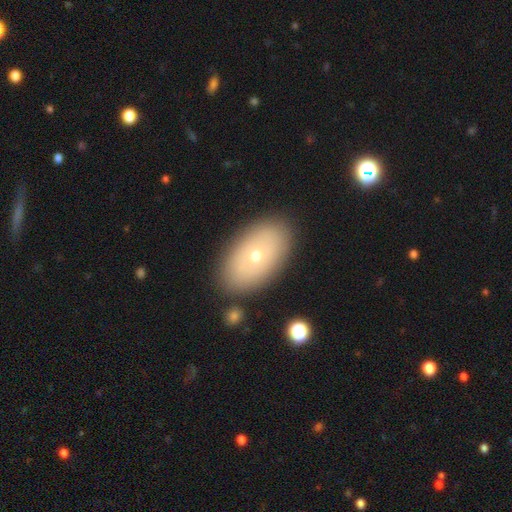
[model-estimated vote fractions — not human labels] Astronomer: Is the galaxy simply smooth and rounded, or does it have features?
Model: smooth — 59%.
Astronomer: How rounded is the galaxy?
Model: in between — 91%.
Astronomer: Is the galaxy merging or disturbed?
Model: none — 85%.